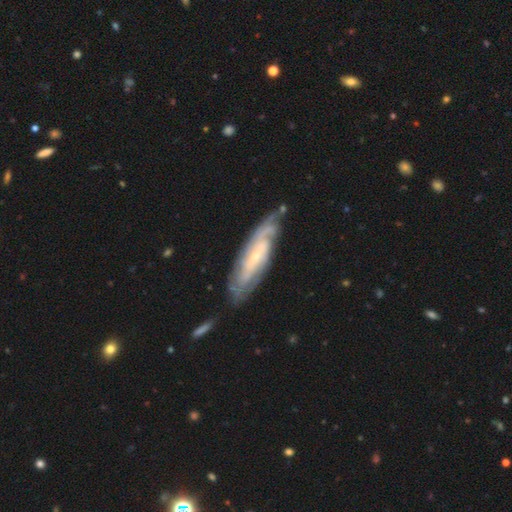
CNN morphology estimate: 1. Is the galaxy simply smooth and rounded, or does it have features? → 79% featured or disk, 15% smooth, 6% star or artifact.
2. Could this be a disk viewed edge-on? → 80% no, 20% yes.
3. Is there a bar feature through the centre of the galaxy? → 64% no, 27% weak, 9% strong.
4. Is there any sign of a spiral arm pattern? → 92% yes, 8% no.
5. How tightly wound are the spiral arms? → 64% tight, 28% medium, 8% loose.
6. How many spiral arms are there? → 49% can't tell, 22% 2, 11% 3, 9% 4, 5% more than 4, 4% 1.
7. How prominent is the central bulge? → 77% small, 18% moderate, 2% none, 1% large, 1% dominant.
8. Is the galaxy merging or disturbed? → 73% none, 19% minor disturbance, 5% major disturbance, 3% merger.